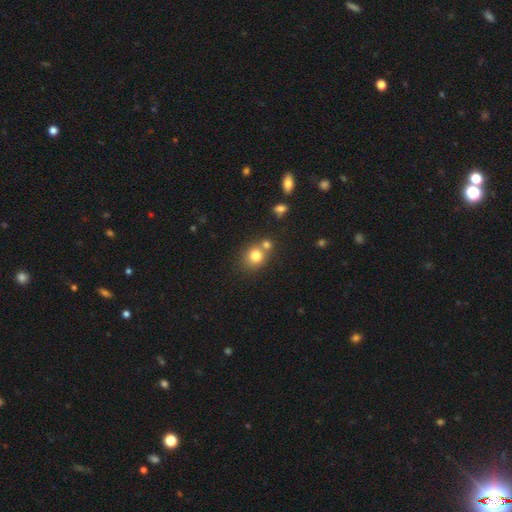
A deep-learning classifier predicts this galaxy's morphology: smooth 79%, star or artifact 12%, featured or disk 9%. Down the decision tree: how rounded — round (77%); merging — none (54%).